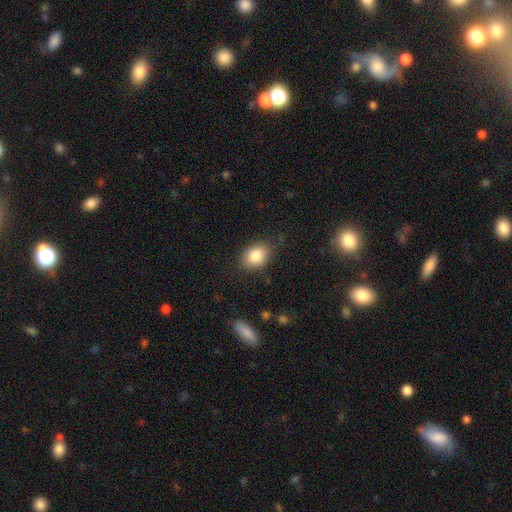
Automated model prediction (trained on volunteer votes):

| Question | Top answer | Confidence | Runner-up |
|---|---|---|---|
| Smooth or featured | smooth | 85% | star or artifact (8%) |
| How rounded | in between | 72% | round (27%) |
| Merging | none | 79% | minor disturbance (16%) |